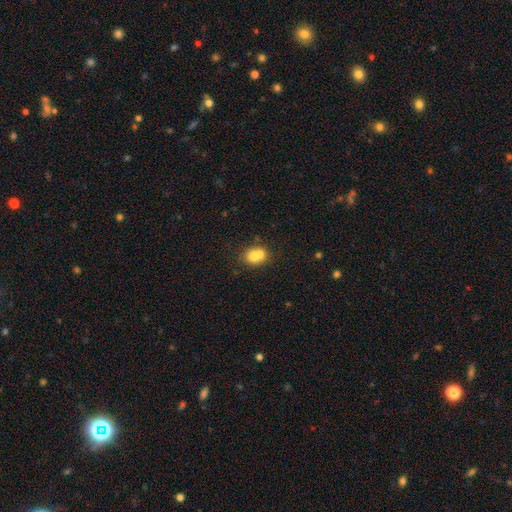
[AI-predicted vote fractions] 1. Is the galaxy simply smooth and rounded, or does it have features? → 70% smooth, 20% featured or disk, 10% star or artifact.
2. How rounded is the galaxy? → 60% round, 39% in between, 1% cigar-shaped.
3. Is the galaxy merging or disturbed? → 58% merger, 31% none, 8% minor disturbance, 3% major disturbance.